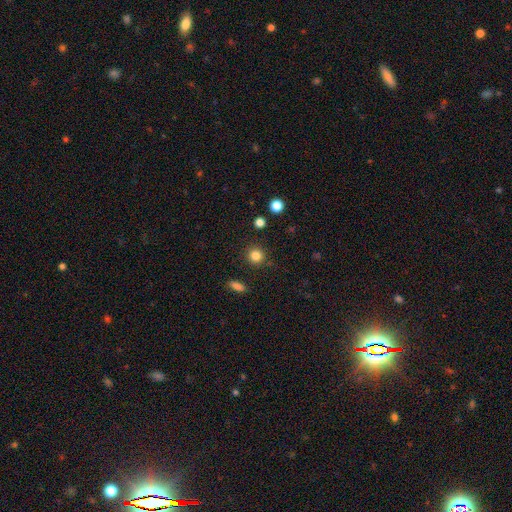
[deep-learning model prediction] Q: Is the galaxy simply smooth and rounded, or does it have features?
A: smooth — 84%.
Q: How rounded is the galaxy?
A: round — 92%.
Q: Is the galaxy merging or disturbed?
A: none — 88%.